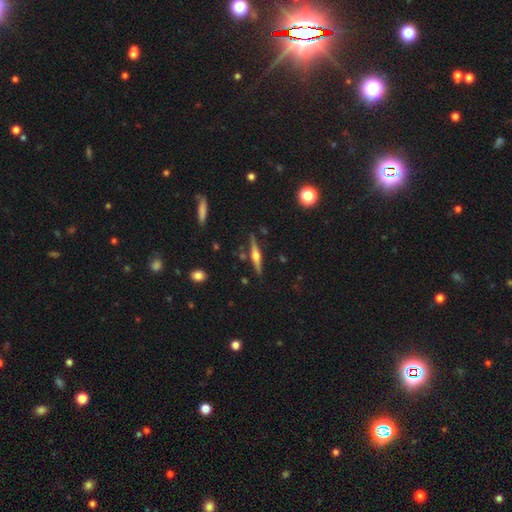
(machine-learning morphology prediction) The model was most divided on "smooth or featured": featured or disk: 75%, smooth: 19%, star or artifact: 6%. More confident: edge-on disk — yes (98%); edge-on bulge — rounded (93%); merging — none (86%).